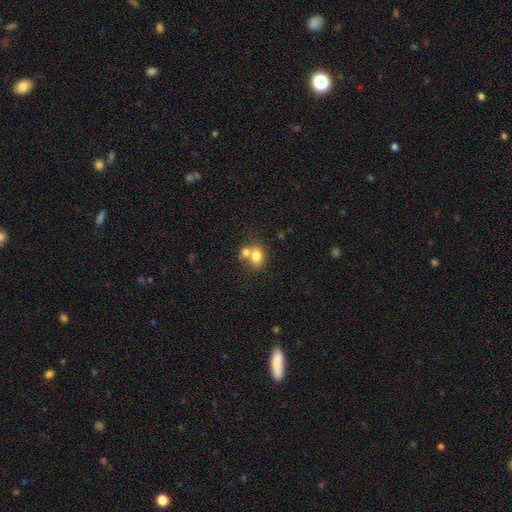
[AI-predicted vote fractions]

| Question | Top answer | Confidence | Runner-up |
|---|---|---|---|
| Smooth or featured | smooth | 76% | featured or disk (14%) |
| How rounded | in between | 53% | round (46%) |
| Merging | merger | 52% | none (35%) |